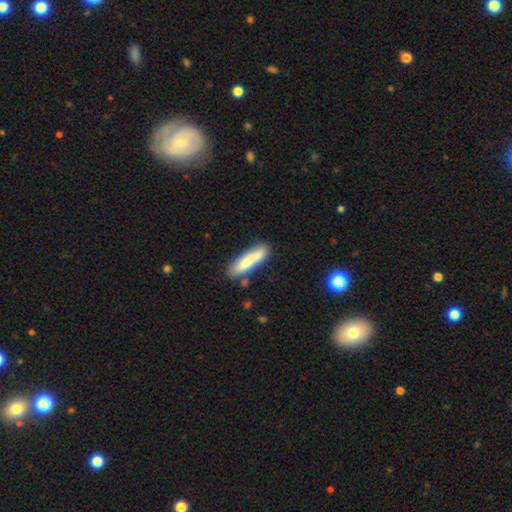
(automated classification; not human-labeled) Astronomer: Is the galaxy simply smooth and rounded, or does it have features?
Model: smooth — 77%.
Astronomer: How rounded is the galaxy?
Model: cigar-shaped — 73%.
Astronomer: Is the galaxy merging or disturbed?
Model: none — 69%.